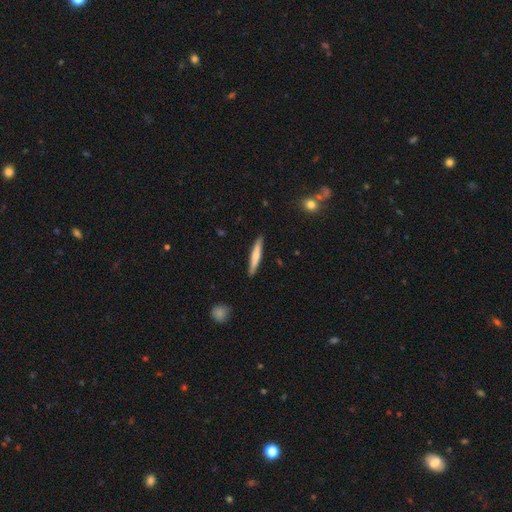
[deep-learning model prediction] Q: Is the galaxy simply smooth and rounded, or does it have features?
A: smooth — 62%.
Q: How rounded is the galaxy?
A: cigar-shaped — 93%.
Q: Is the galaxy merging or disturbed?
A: none — 89%.